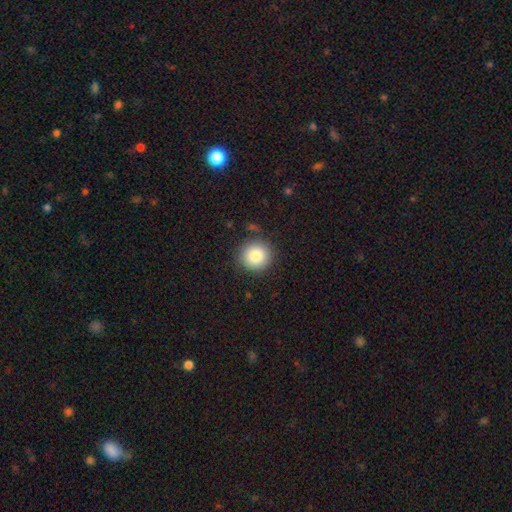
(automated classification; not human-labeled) Overall: smooth (85%). How rounded: round (93%). Merging: none (87%).